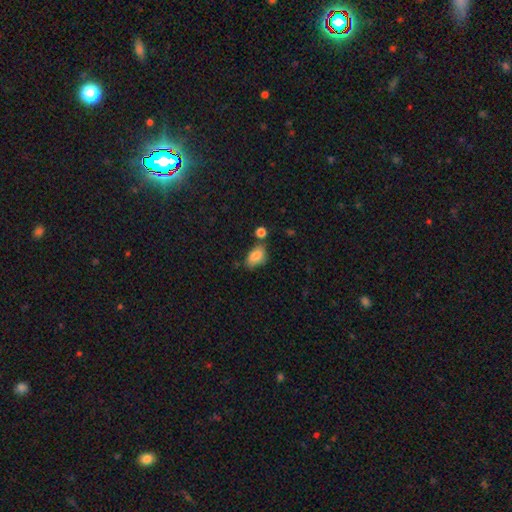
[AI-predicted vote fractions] Smooth or featured: smooth — 84% (featured or disk — 8%)
How rounded: in between — 89% (round — 9%)
Merging: none — 57% (minor disturbance — 25%)